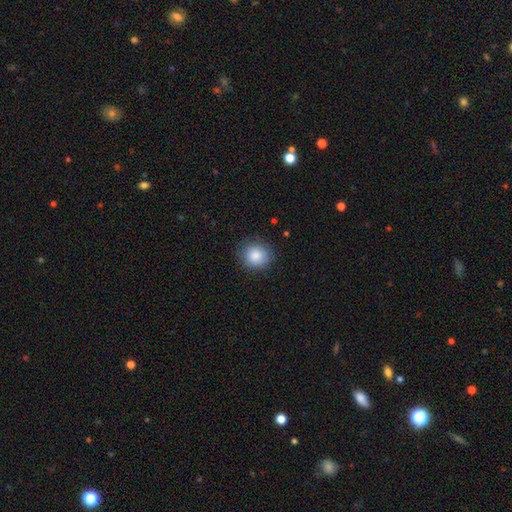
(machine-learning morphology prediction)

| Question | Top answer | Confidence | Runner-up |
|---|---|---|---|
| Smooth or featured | smooth | 86% | star or artifact (8%) |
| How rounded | round | 83% | in between (16%) |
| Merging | none | 85% | minor disturbance (11%) |